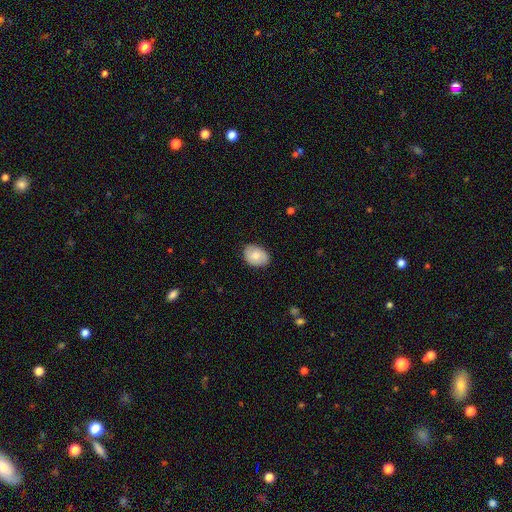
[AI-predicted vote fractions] Q: Smooth or featured?
A: smooth (75%); runner-up: featured or disk (18%)
Q: How rounded?
A: in between (75%); runner-up: round (24%)
Q: Merging?
A: none (83%); runner-up: minor disturbance (13%)